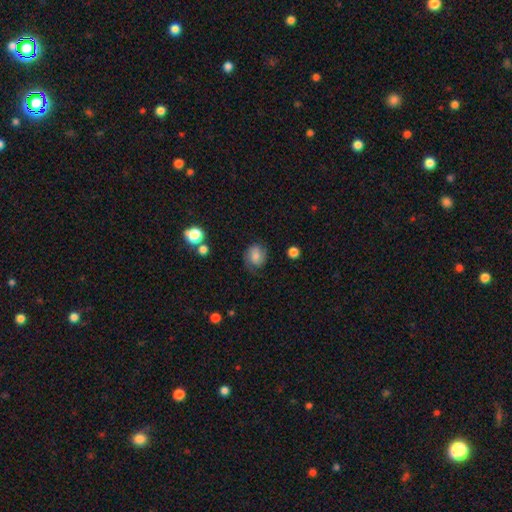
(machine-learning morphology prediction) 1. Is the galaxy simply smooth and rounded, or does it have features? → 55% smooth, 35% featured or disk, 10% star or artifact.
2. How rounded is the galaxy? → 60% round, 39% in between, 1% cigar-shaped.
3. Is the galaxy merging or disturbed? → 70% none, 20% minor disturbance, 8% major disturbance, 2% merger.